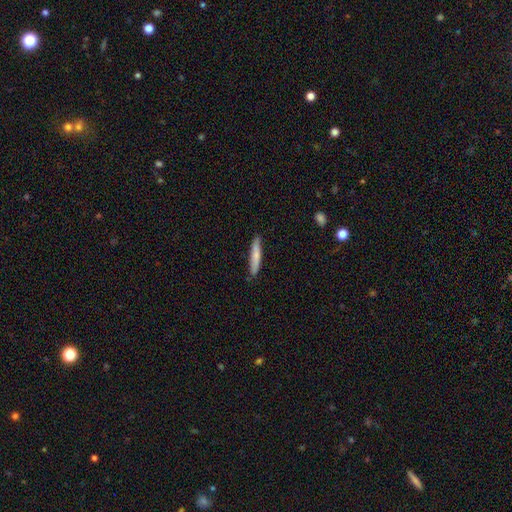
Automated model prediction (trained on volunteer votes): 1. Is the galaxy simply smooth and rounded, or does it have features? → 71% smooth, 23% featured or disk, 5% star or artifact.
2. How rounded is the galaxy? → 93% cigar-shaped, 6% in between, 1% round.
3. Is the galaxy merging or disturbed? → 86% none, 11% minor disturbance, 2% major disturbance, 1% merger.